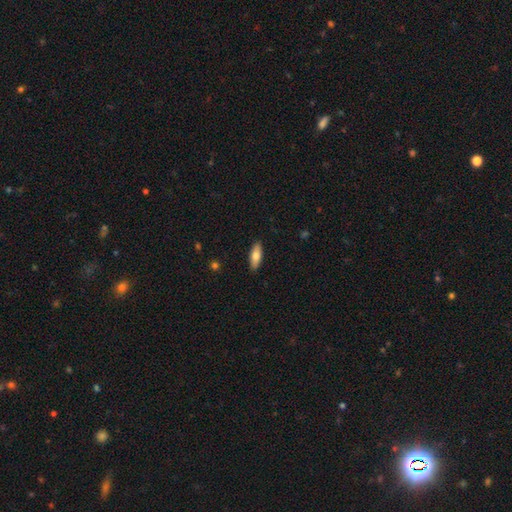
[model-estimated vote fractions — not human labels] The model was most divided on "how rounded": in between: 66%, cigar-shaped: 32%, round: 2%. More confident: merging — none (90%); smooth or featured — smooth (75%).